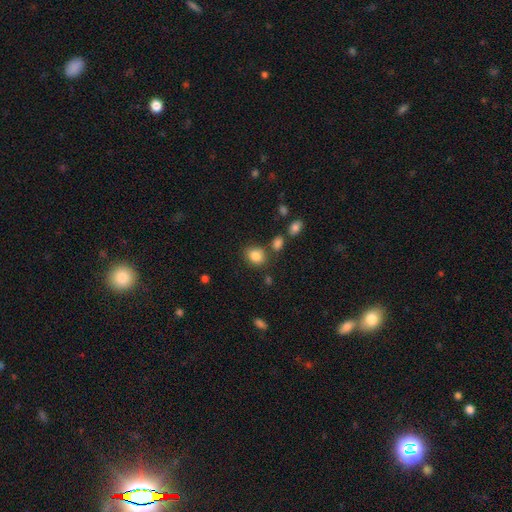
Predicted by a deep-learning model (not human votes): Smooth or featured? smooth (84%)
How rounded? in between (52%)
Merging? none (74%)